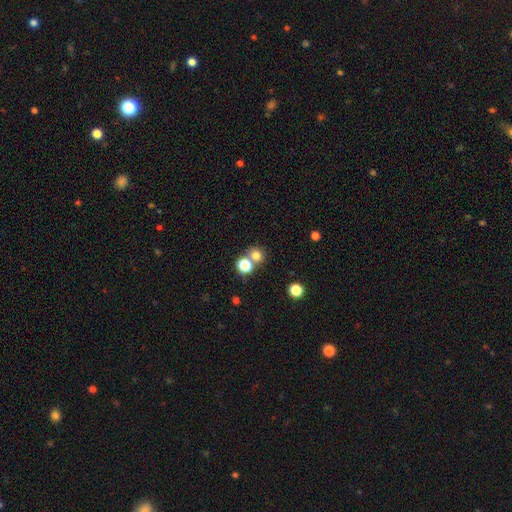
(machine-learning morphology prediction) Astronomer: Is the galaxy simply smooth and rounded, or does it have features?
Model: smooth — 76%.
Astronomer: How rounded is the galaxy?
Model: round — 82%.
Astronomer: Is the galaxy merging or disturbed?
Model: none — 59%.